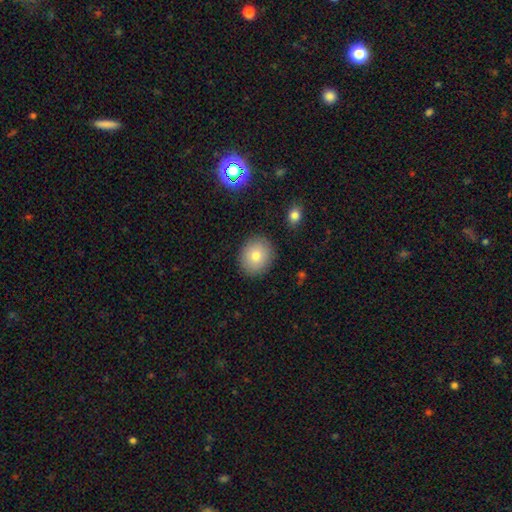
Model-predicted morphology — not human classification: smooth-or-featured: smooth: 78% | featured or disk: 12% | star or artifact: 10%
  how-rounded: round: 68% | in between: 31% | cigar-shaped: 1%
  merging: none: 89% | minor disturbance: 8% | major disturbance: 2% | merger: 1%